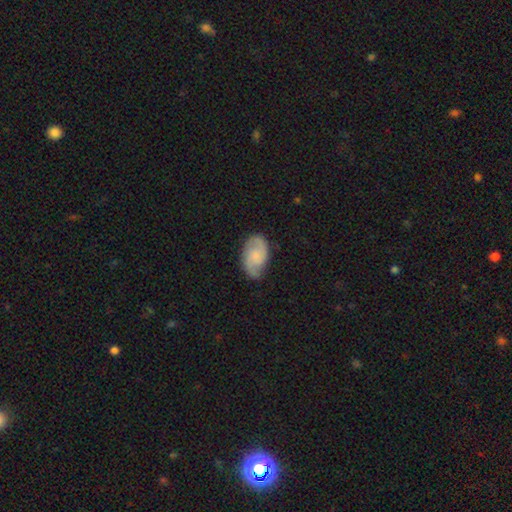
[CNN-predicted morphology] smooth_or_featured: featured or disk (p=0.65) [alt: smooth p=0.29]
disk_edge_on: no (p=0.97) [alt: yes p=0.03]
bar: no (p=0.63) [alt: weak p=0.32]
has_spiral_arms: yes (p=0.93) [alt: no p=0.07]
spiral_winding: medium (p=0.48) [alt: tight p=0.28]
spiral_arm_count: 2 (p=0.87) [alt: can't tell p=0.07]
bulge_size: small (p=0.44) [alt: none p=0.28]
merging: none (p=0.74) [alt: minor disturbance p=0.20]